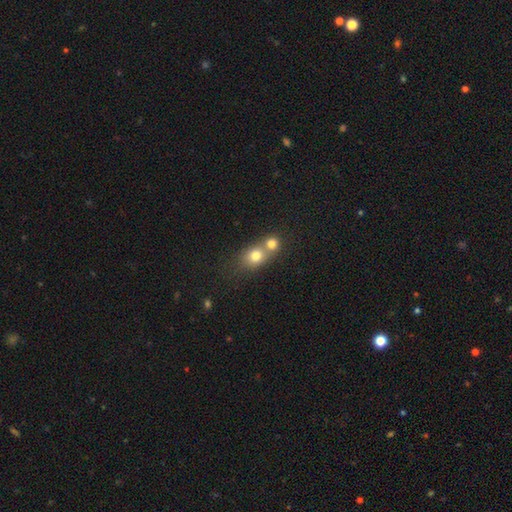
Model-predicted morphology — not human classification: Smooth or featured?
  - smooth: 76% *
  - featured or disk: 13%
  - star or artifact: 11%
How rounded?
  - round: 66% *
  - in between: 32%
  - cigar-shaped: 2%
Merging?
  - merger: 61% *
  - none: 30%
  - minor disturbance: 6%
  - major disturbance: 3%